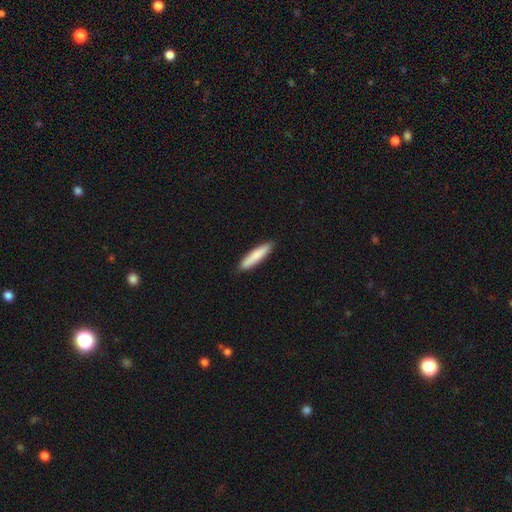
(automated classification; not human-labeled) Morphology: type=smooth (80%); roundness=cigar-shaped (86%); merging=none (89%).